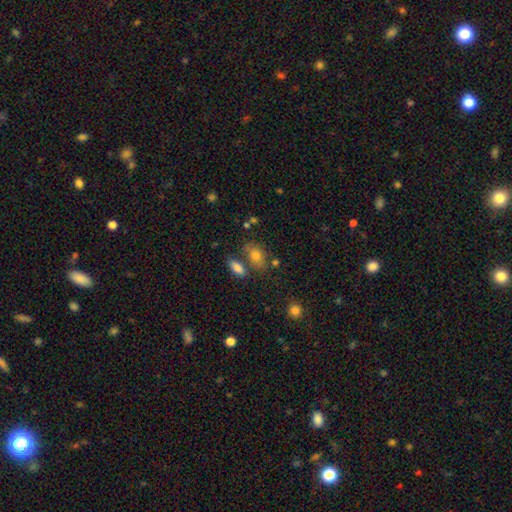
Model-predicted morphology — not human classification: smooth-or-featured: smooth: 79% | featured or disk: 11% | star or artifact: 10%
  how-rounded: in between: 82% | round: 15% | cigar-shaped: 3%
  merging: none: 60% | merger: 20% | minor disturbance: 15% | major disturbance: 5%